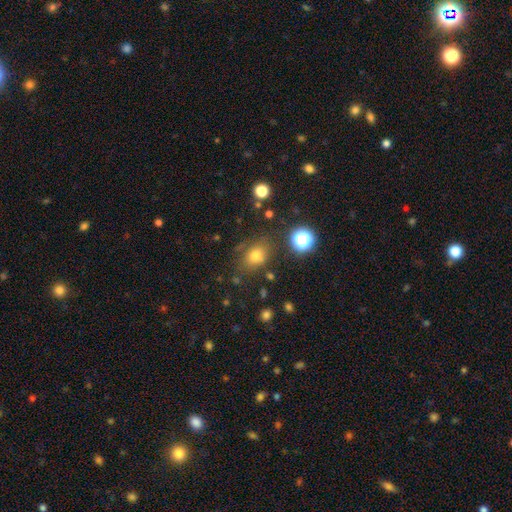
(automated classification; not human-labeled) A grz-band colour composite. It shows a smooth galaxy with no disk features (70%) that is in between round and cigar-shaped (56%). Merging: none (75%).